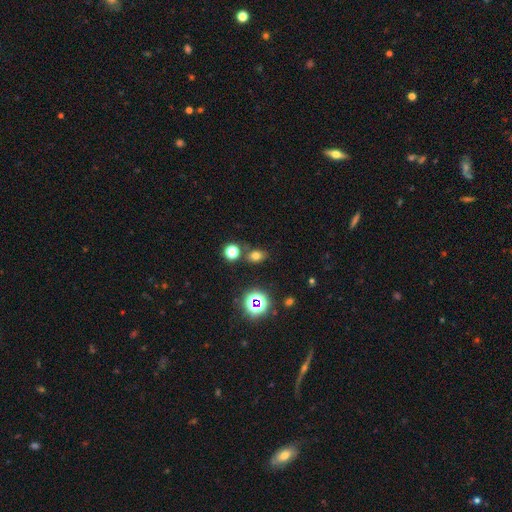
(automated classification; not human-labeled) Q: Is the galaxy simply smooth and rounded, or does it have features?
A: smooth — 66%.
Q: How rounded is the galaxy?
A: in between — 63%.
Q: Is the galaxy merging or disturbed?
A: none — 75%.